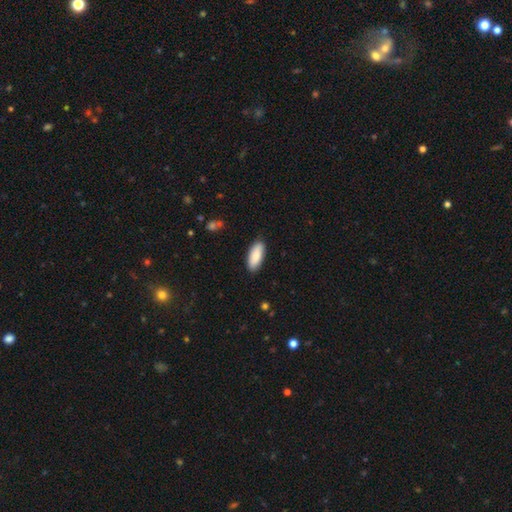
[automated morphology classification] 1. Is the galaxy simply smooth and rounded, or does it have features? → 88% smooth, 7% featured or disk, 5% star or artifact.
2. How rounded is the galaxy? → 82% in between, 17% cigar-shaped, 2% round.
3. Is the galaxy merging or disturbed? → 88% none, 9% minor disturbance, 2% major disturbance, 1% merger.